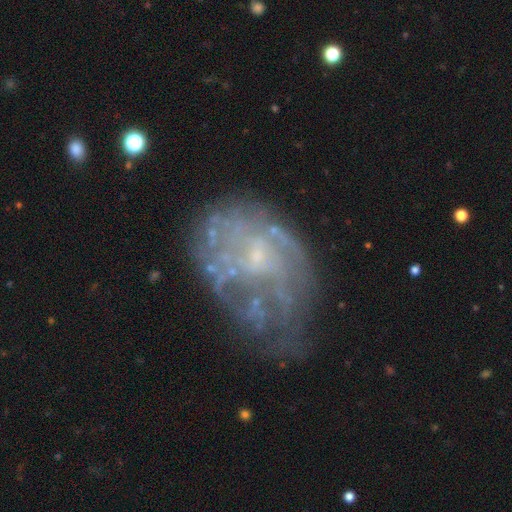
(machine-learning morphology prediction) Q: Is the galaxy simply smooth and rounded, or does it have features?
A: featured or disk — 73%.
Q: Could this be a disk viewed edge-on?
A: no — 97%.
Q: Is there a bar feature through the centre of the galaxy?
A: no — 77%.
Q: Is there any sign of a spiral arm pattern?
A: yes — 51%.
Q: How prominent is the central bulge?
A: small — 64%.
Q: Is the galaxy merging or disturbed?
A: none — 49%.